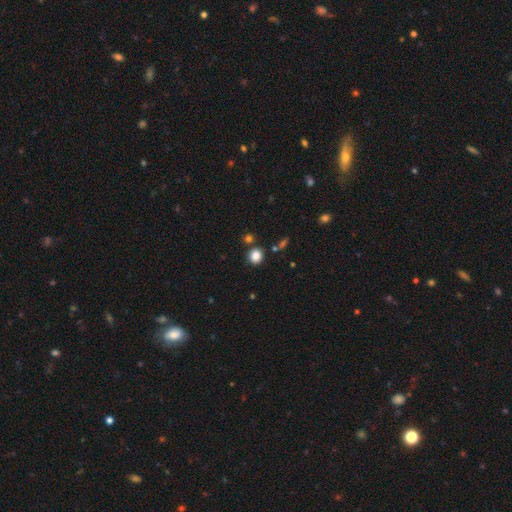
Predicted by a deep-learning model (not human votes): smooth-or-featured: smooth: 84% | star or artifact: 12% | featured or disk: 4%
  how-rounded: round: 83% | in between: 16% | cigar-shaped: 1%
  merging: none: 82% | minor disturbance: 9% | merger: 6% | major disturbance: 3%